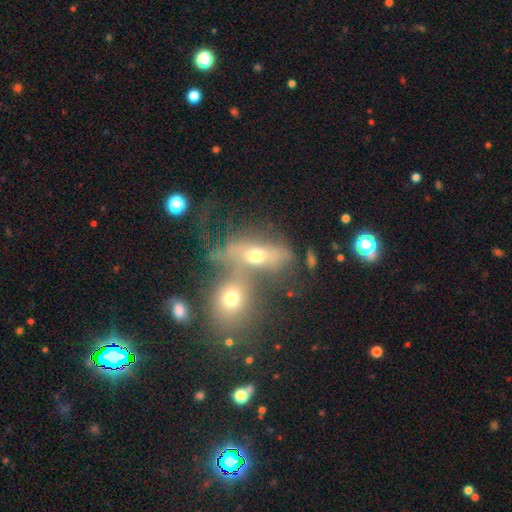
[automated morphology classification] smooth_or_featured: smooth (p=0.49) [alt: featured or disk p=0.37]
merging: merger (p=0.65) [alt: none p=0.15]